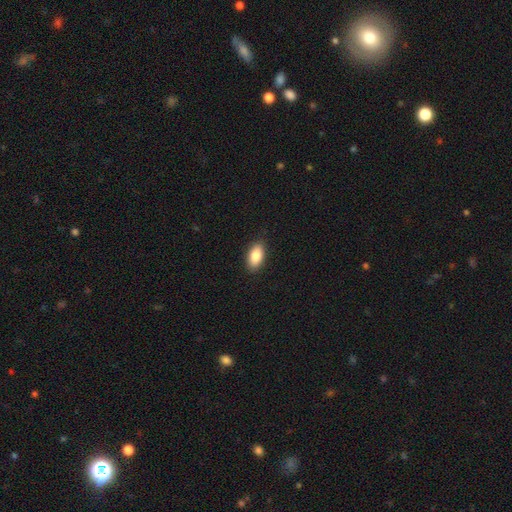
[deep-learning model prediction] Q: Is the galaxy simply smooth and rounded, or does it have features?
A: smooth — 86%.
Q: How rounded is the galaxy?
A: in between — 92%.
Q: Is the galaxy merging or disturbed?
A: none — 90%.